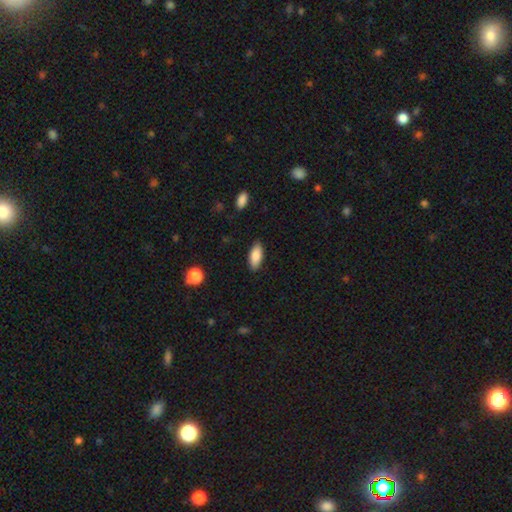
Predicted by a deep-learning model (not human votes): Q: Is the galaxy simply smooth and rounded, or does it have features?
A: smooth — 87%.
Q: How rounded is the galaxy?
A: in between — 85%.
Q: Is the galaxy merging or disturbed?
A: none — 86%.